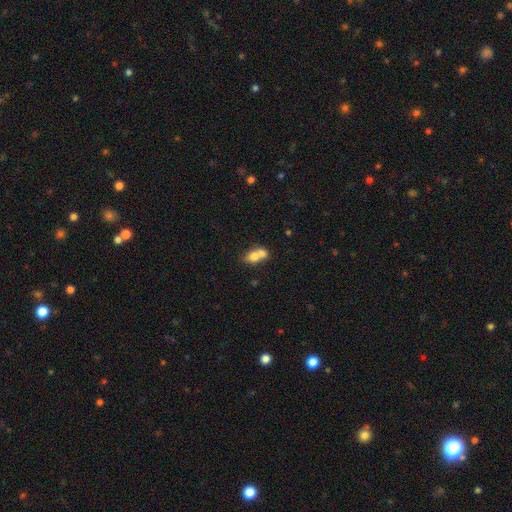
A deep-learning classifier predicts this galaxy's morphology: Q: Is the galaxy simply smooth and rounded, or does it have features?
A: smooth — 72%.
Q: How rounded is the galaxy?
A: in between — 60%.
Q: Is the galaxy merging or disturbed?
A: merger — 67%.